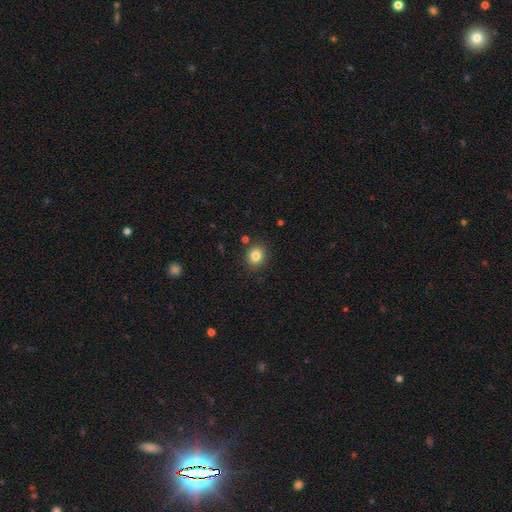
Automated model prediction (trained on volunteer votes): A smooth galaxy with no disk features (84%) that is round (75%). Merging: none (87%).